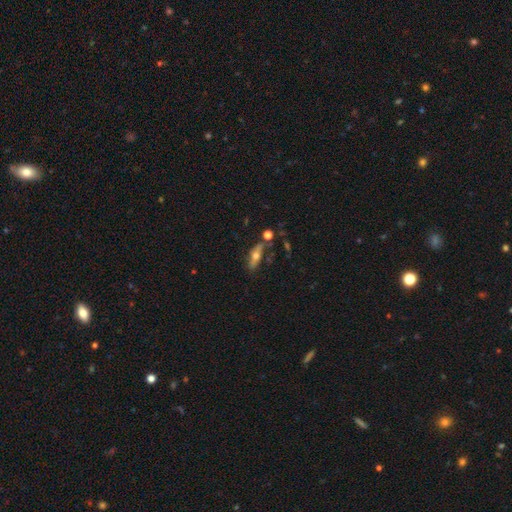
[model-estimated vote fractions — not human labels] Smooth or featured? Predicted: smooth (p=0.47). Merging? Predicted: none (p=0.63).